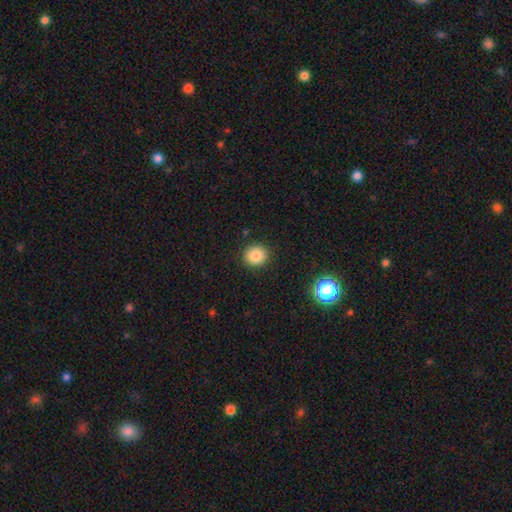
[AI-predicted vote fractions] This is clearly a smooth galaxy (84%). How rounded: clearly round (88%). Merging: clearly none (91%).